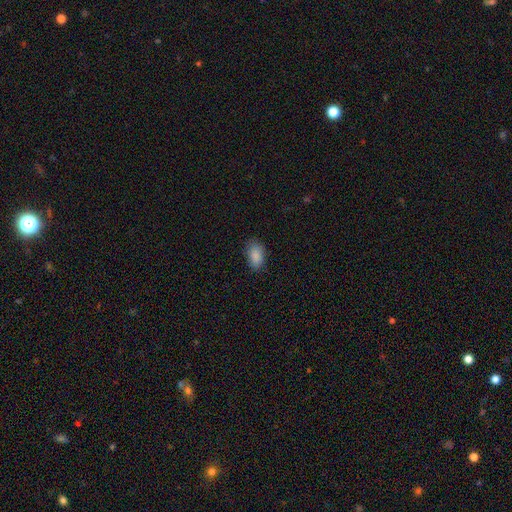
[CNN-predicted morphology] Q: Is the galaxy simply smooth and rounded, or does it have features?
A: smooth — 88%.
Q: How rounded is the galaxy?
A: in between — 91%.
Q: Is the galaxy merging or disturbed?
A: none — 81%.